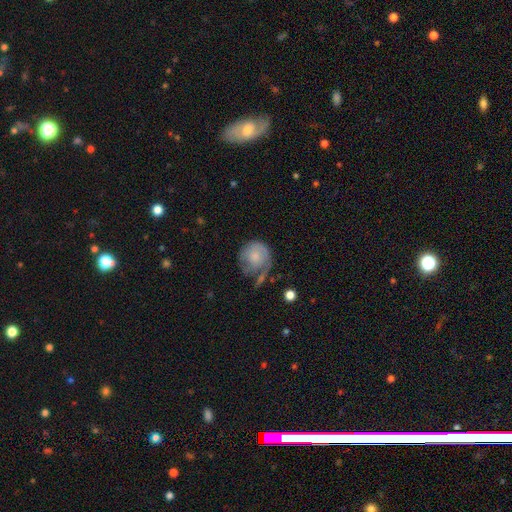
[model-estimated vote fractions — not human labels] Smooth or featured: smooth — 57% (featured or disk — 36%)
How rounded: round — 84% (in between — 15%)
Merging: none — 42% (minor disturbance — 26%)